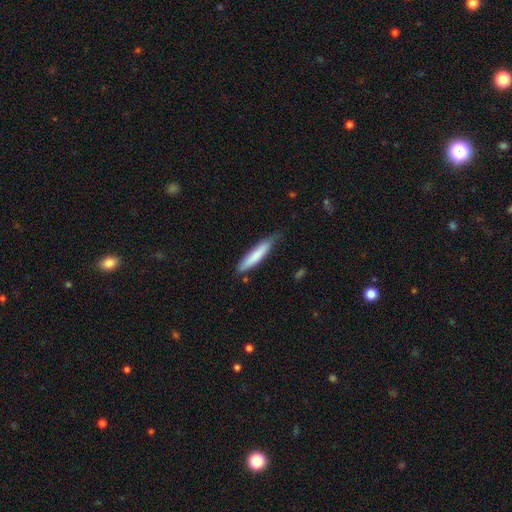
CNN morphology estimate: A smooth galaxy with no disk features (77%) that is cigar-shaped (87%).

Vote fractions:
- Smooth or featured? smooth: 77% / featured or disk: 18% / star or artifact: 5%
- How rounded? cigar-shaped: 87% / in between: 12% / round: 1%
- Merging? none: 73% / minor disturbance: 22% / major disturbance: 3% / merger: 2%